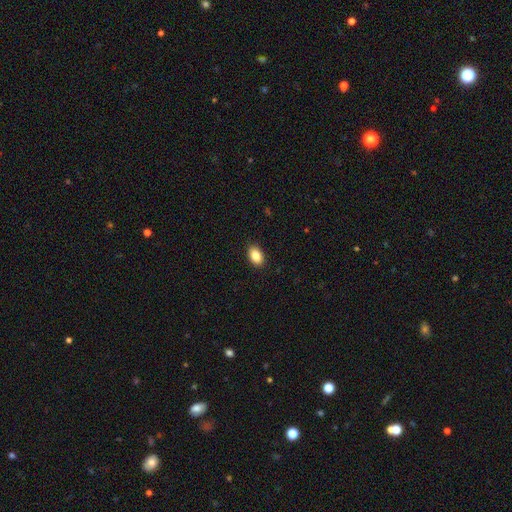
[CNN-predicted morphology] Smooth or featured? smooth (86%)
How rounded? in between (87%)
Merging? none (89%)